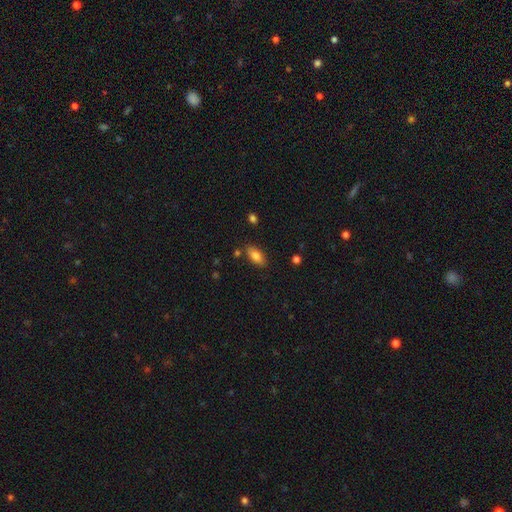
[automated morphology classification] The model was most divided on "merging": none: 82%, minor disturbance: 12%, merger: 3%, major disturbance: 3%. More confident: how rounded — in between (88%); smooth or featured — smooth (82%).